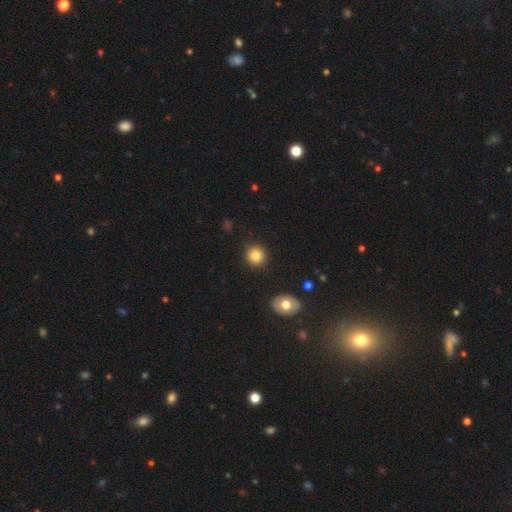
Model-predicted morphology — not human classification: This appears to be a smooth galaxy with no disk features (83%) that is round (91%). Merging: none (89%).